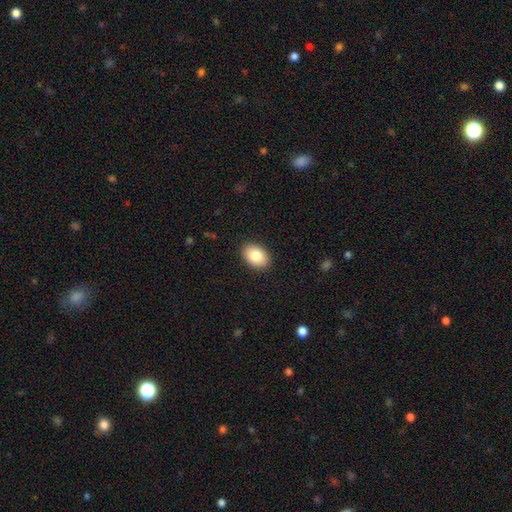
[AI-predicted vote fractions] Smooth or featured? smooth (85%)
How rounded? in between (81%)
Merging? none (90%)